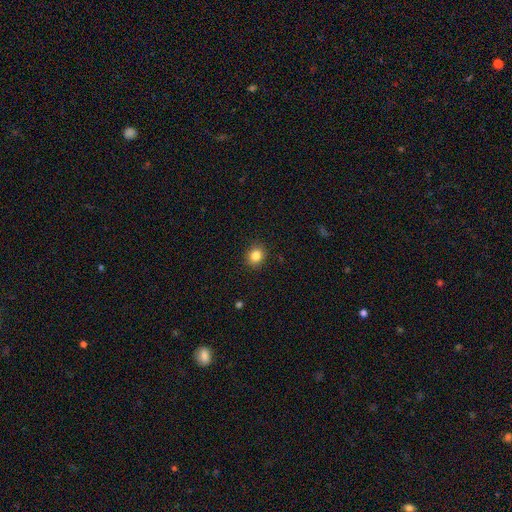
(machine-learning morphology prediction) type=smooth (84%); roundness=round (79%); merging=none (90%).